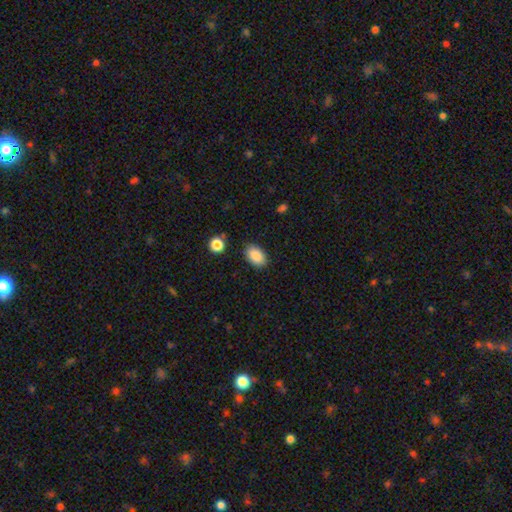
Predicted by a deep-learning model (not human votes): Smooth or featured? Predicted: smooth (p=0.88). How rounded? Predicted: in between (p=0.89). Merging? Predicted: none (p=0.85).